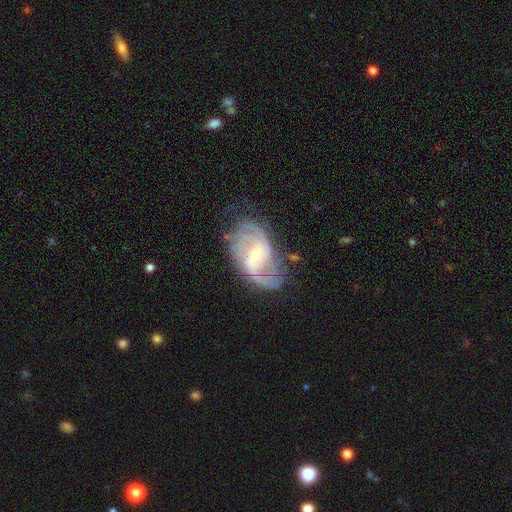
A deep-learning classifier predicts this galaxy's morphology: type=featured or disk (83%); edge-on=no (96%); bar=weak (52%); spiral arms=yes (91%); winding=medium (42%); arm count=2 (52%); bulge=small (53%); merging=none (57%).